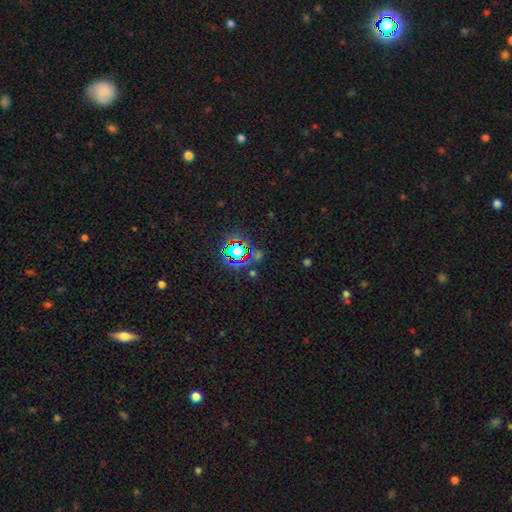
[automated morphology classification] The model was most divided on "smooth or featured": star or artifact: 76%, smooth: 15%, featured or disk: 9%.